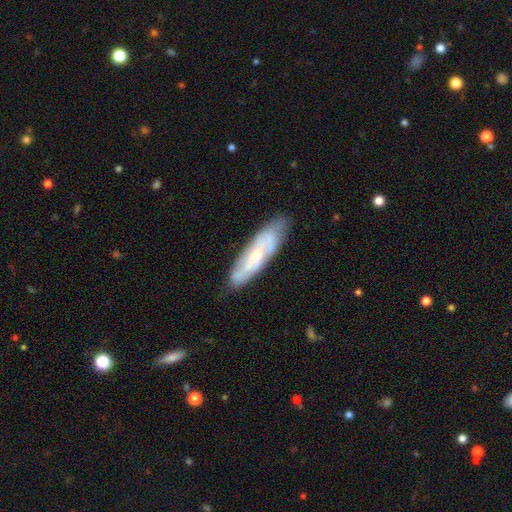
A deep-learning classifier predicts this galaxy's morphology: A featured or disk galaxy (62%). Merging: none (78%).